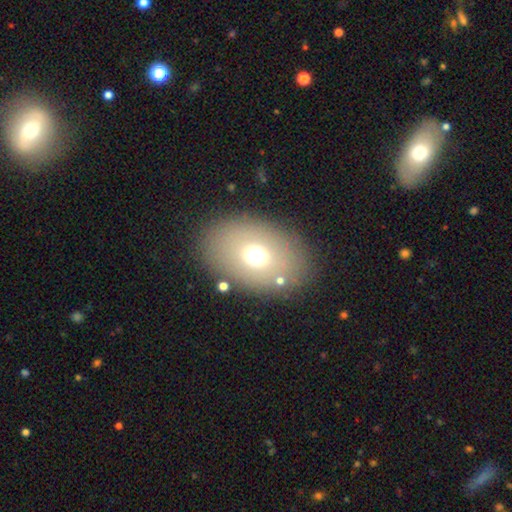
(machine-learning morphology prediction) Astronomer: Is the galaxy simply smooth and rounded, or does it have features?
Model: smooth — 66%.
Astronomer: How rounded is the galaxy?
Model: in between — 74%.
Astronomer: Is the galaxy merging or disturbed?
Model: none — 82%.